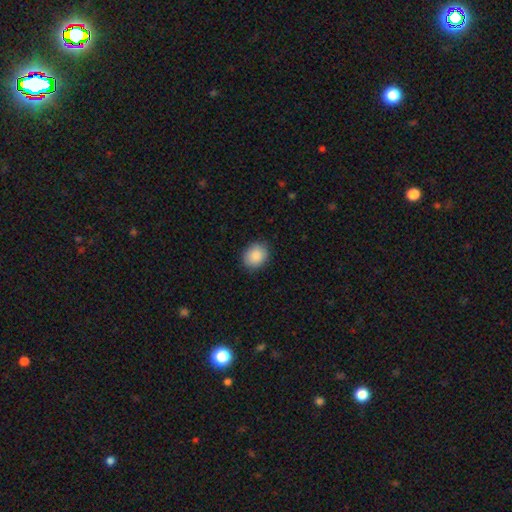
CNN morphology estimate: The model was most divided on "how rounded": round: 58%, in between: 41%, cigar-shaped: 1%. More confident: smooth or featured — smooth (88%); merging — none (87%).